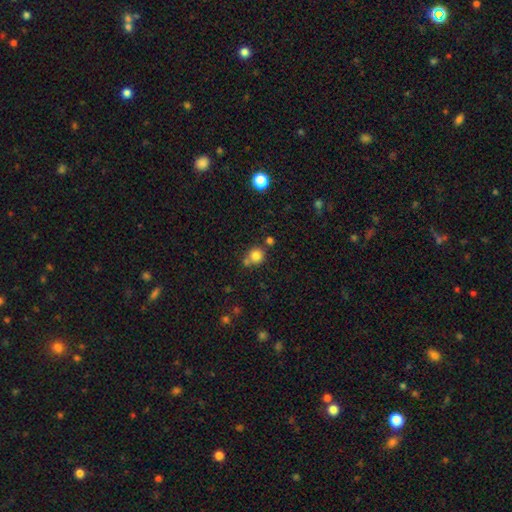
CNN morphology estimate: Smooth or featured? Predicted: smooth (p=0.81). How rounded? Predicted: round (p=0.87). Merging? Predicted: none (p=0.60).